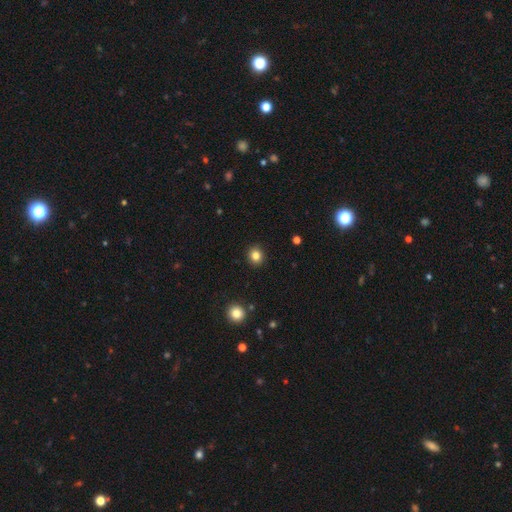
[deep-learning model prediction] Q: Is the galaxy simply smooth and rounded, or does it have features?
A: smooth — 83%.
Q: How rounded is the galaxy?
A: round — 85%.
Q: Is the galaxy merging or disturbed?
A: none — 92%.